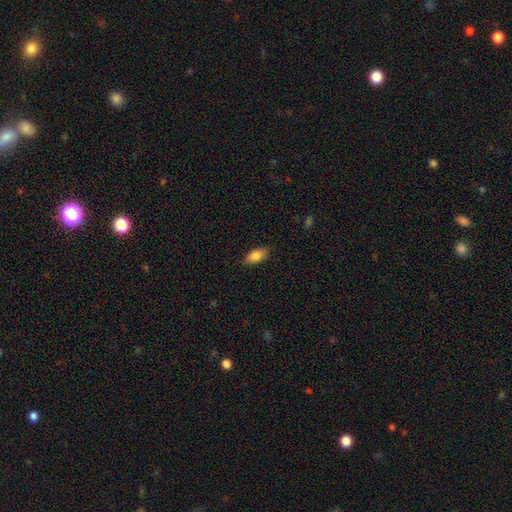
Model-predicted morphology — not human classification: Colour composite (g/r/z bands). It shows a smooth galaxy with no disk features (82%) that is in between round and cigar-shaped (88%). Merging: none (85%).